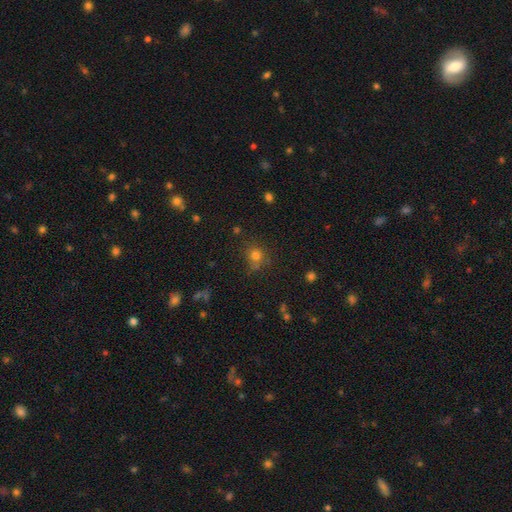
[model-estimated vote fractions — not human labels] Smooth or featured?
  - smooth: 75% *
  - star or artifact: 18%
  - featured or disk: 7%
How rounded?
  - round: 85% *
  - in between: 14%
  - cigar-shaped: 1%
Merging?
  - none: 73% *
  - minor disturbance: 16%
  - major disturbance: 6%
  - merger: 6%